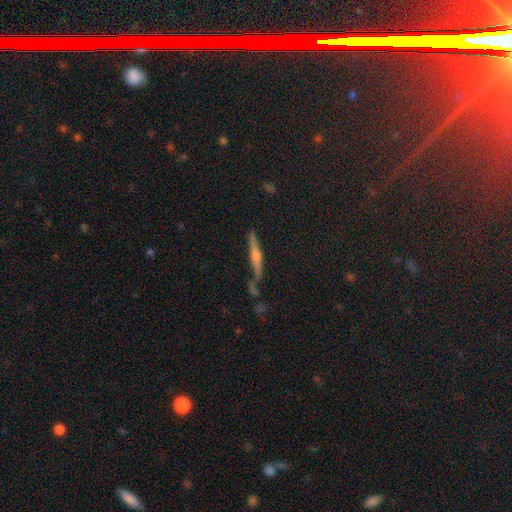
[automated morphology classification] This appears to be a featured or disk galaxy (66%) viewed edge-on (94%) with a rounded central bulge (83%). Merging: none (73%).